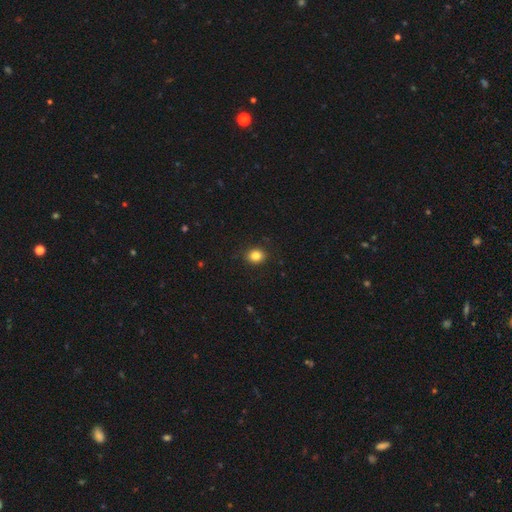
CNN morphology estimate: Smooth or featured: smooth — 84% (star or artifact — 11%)
How rounded: round — 63% (in between — 36%)
Merging: none — 90% (minor disturbance — 7%)